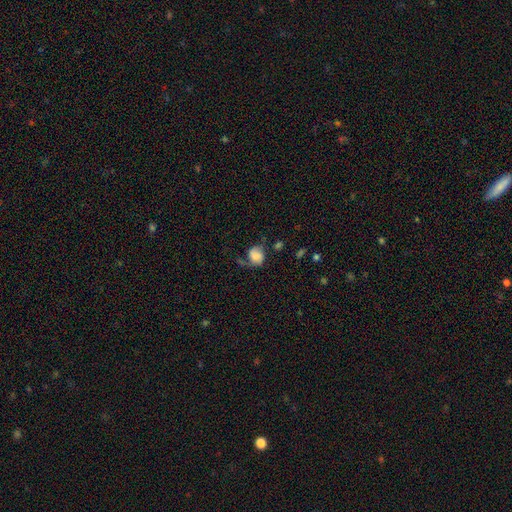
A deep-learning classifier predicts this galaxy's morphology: The model was most divided on "merging": none: 42%, minor disturbance: 29%, major disturbance: 21%, merger: 7%. More confident: smooth or featured — smooth (65%); how rounded — round (61%).